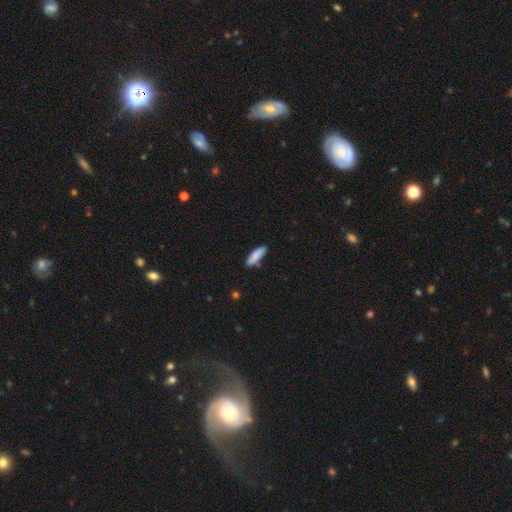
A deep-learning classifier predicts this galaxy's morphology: Q: Smooth or featured?
A: smooth (85%); runner-up: featured or disk (9%)
Q: How rounded?
A: cigar-shaped (52%); runner-up: in between (46%)
Q: Merging?
A: none (78%); runner-up: minor disturbance (16%)